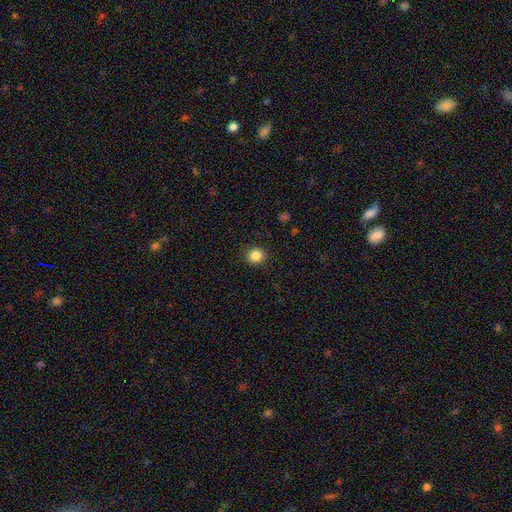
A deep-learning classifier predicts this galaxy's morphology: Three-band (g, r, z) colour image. It shows a smooth galaxy with no disk features (85%) that is round (83%). Merging: none (89%).